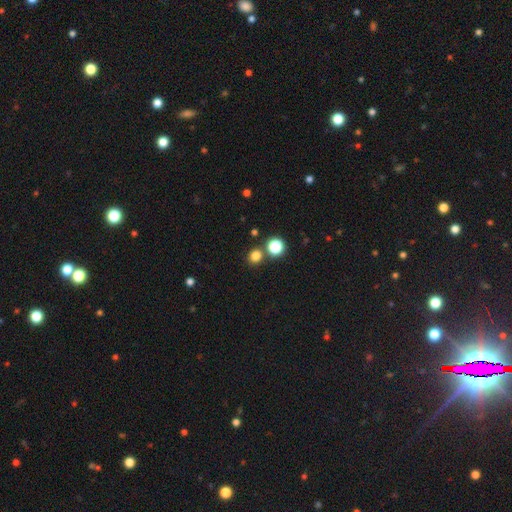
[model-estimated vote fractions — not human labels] Smooth or featured?
  - smooth: 78% *
  - star or artifact: 17%
  - featured or disk: 5%
How rounded?
  - round: 85% *
  - in between: 14%
  - cigar-shaped: 1%
Merging?
  - none: 78% *
  - merger: 13%
  - minor disturbance: 7%
  - major disturbance: 3%